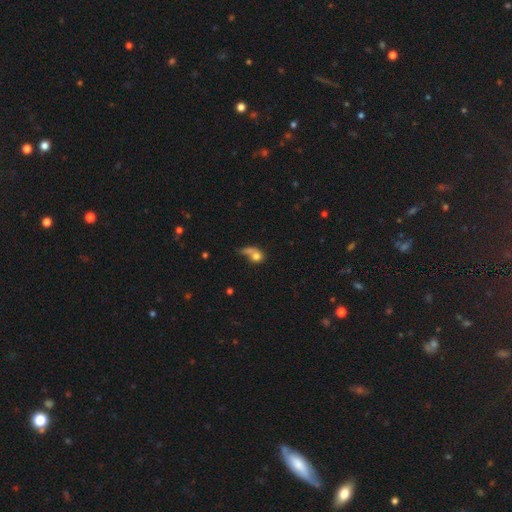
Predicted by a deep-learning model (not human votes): This is likely a smooth galaxy (65%). How rounded: possibly round (57%). Merging: marginally major disturbance (30%).